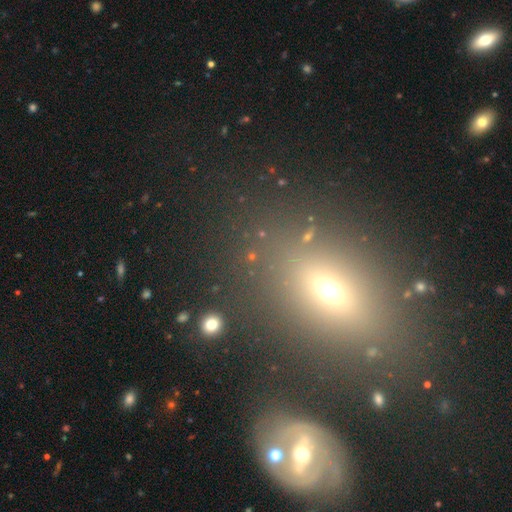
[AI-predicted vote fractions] Smooth or featured? smooth (49%)
Merging? none (74%)